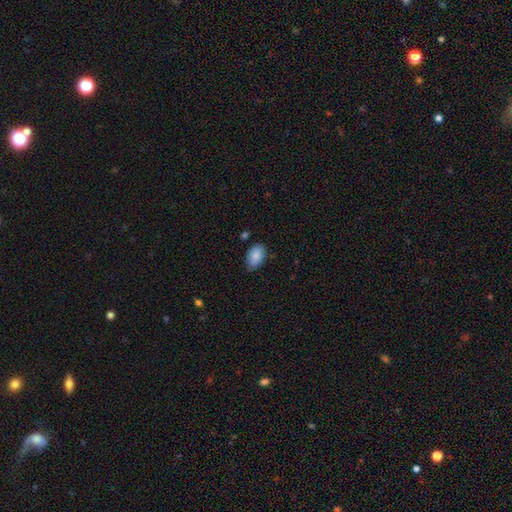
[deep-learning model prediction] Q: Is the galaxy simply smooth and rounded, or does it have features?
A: smooth — 85%.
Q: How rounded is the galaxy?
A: in between — 91%.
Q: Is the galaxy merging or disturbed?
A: none — 69%.